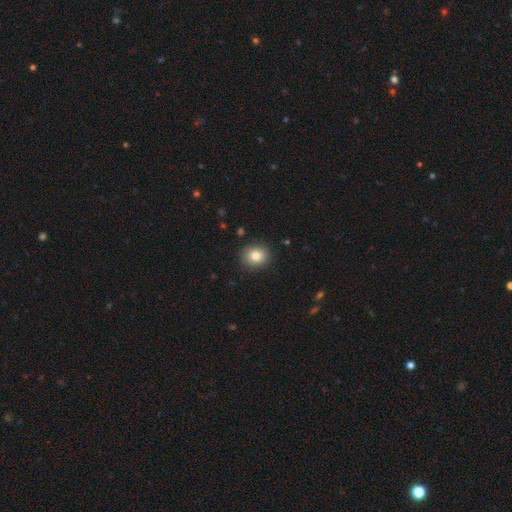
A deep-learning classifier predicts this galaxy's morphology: Smooth or featured? smooth (81%)
How rounded? round (74%)
Merging? none (89%)